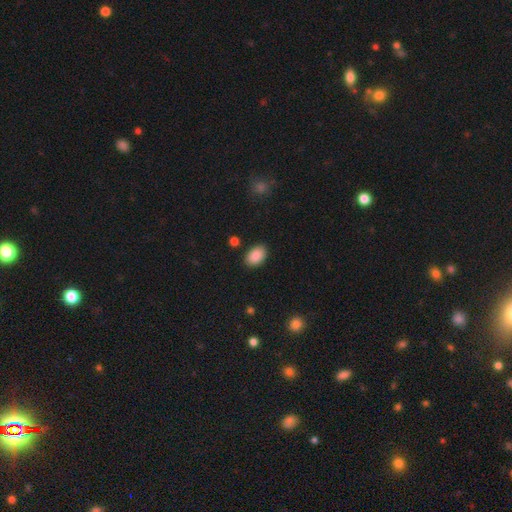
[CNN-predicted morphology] Overall: smooth (89%). How rounded: in between (89%). Merging: none (87%).